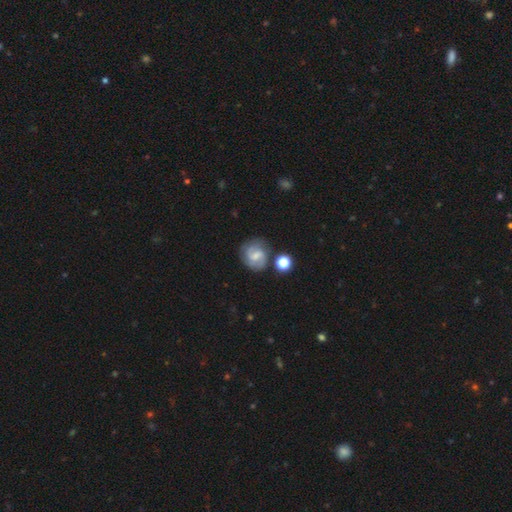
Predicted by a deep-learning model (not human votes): smooth_or_featured: featured or disk (p=0.62) [alt: smooth p=0.29]
disk_edge_on: no (p=0.97) [alt: yes p=0.03]
bar: weak (p=0.57) [alt: no p=0.28]
has_spiral_arms: yes (p=0.89) [alt: no p=0.11]
spiral_winding: medium (p=0.46) [alt: tight p=0.32]
spiral_arm_count: 2 (p=0.64) [alt: can't tell p=0.18]
bulge_size: small (p=0.47) [alt: moderate p=0.31]
merging: none (p=0.67) [alt: minor disturbance p=0.17]